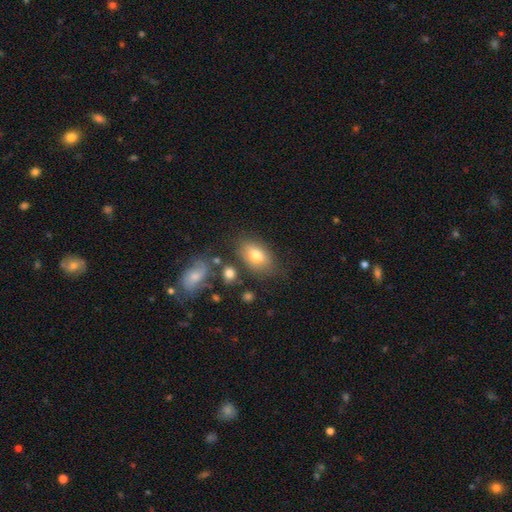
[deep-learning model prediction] This is likely a smooth galaxy (76%). How rounded: clearly in between (88%). Merging: likely none (71%).